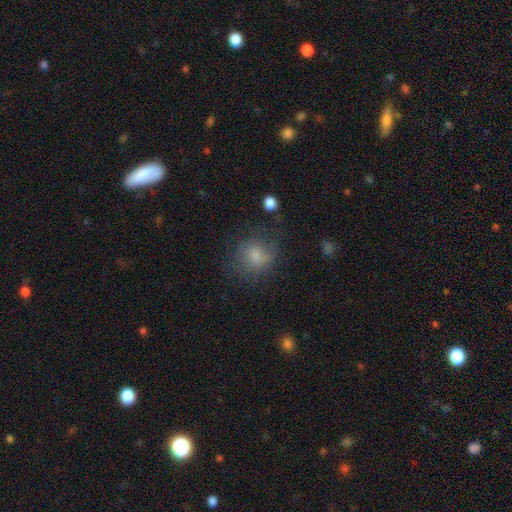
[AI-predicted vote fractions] Smooth or featured?
  - smooth: 73% *
  - star or artifact: 15%
  - featured or disk: 12%
How rounded?
  - round: 74% *
  - in between: 25%
  - cigar-shaped: 1%
Merging?
  - none: 68% *
  - minor disturbance: 19%
  - major disturbance: 10%
  - merger: 2%